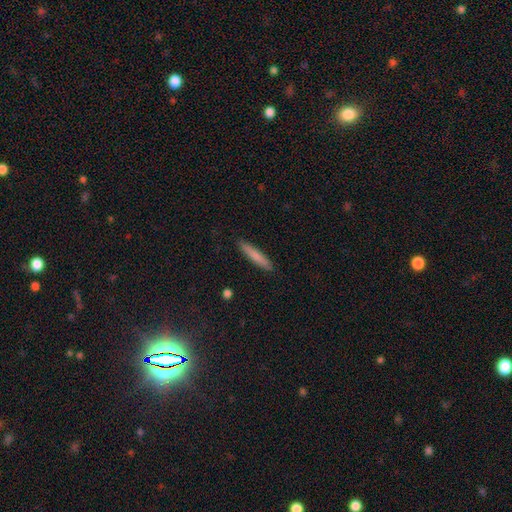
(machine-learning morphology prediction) This is likely a smooth galaxy (77%). How rounded: clearly cigar-shaped (93%). Merging: clearly none (91%).